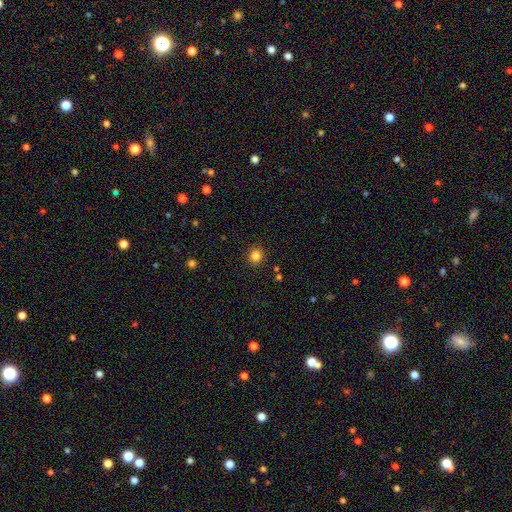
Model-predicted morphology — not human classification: smooth 83%, star or artifact 12%, featured or disk 5%. Down the decision tree: how rounded — round (88%); merging — none (89%).